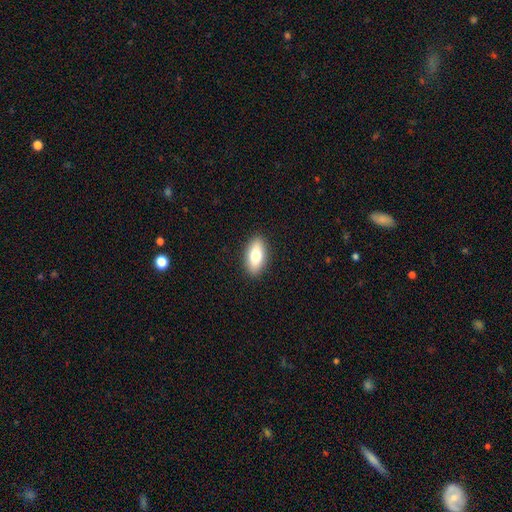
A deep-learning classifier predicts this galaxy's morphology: type=smooth (75%); roundness=in between (85%); merging=none (90%).